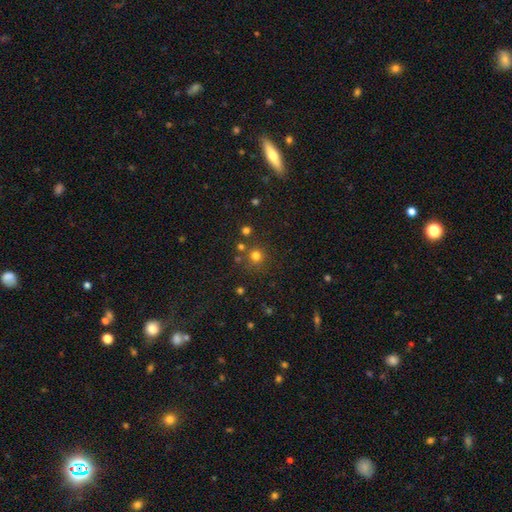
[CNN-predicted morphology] This appears to be a smooth galaxy with no disk features (74%) that is round (93%). Merging: none (78%).